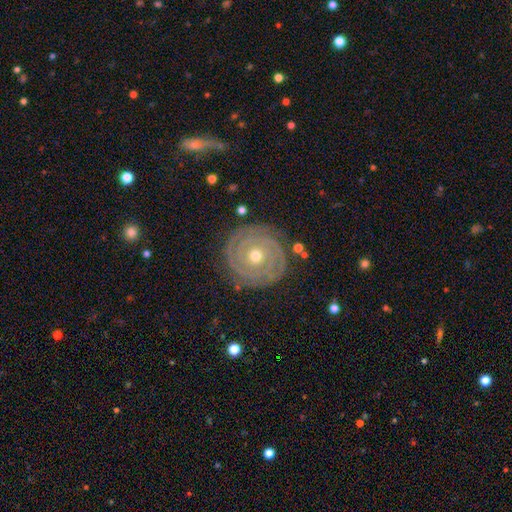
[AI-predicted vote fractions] Smooth or featured? featured or disk (88%)
Edge-on disk? no (97%)
Bar? no (80%)
Spiral arms? yes (97%)
Spiral winding? tight (91%)
Spiral arm count? 2 (61%)
Bulge size? moderate (55%)
Merging? none (87%)